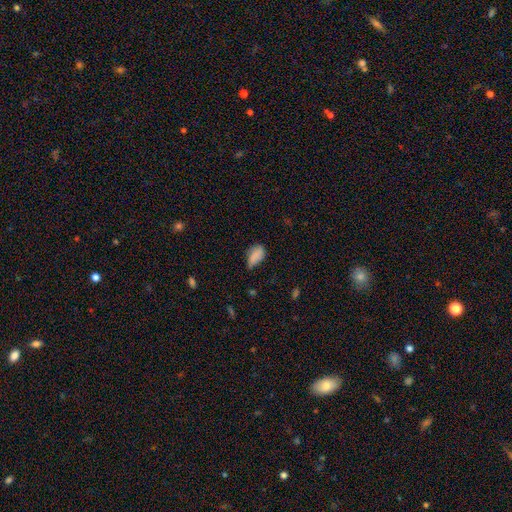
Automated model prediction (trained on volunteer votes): A smooth galaxy with no disk features (82%) that is in between round and cigar-shaped (90%).

Vote fractions:
- Smooth or featured? smooth: 82% / star or artifact: 9% / featured or disk: 8%
- How rounded? in between: 90% / round: 6% / cigar-shaped: 4%
- Merging? minor disturbance: 45% / none: 39% / major disturbance: 13% / merger: 3%